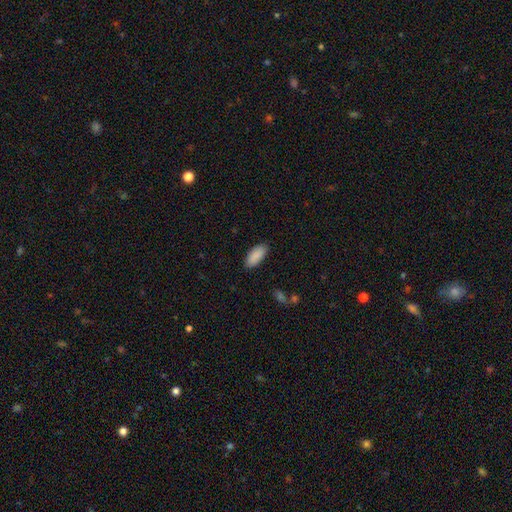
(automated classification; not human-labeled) A smooth galaxy with no disk features (90%) that is in between round and cigar-shaped (89%). Merging: none (88%).